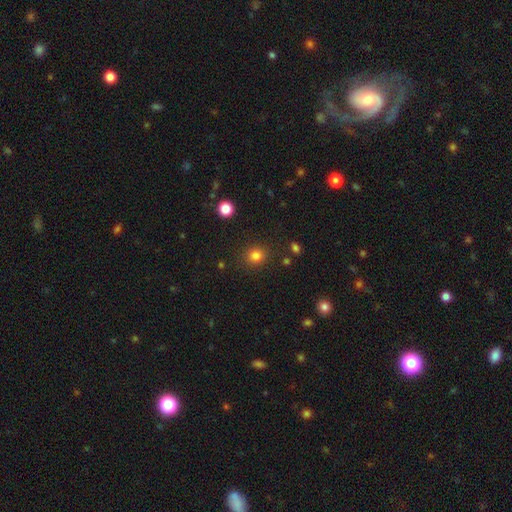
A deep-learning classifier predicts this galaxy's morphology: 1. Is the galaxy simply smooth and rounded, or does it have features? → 82% smooth, 13% star or artifact, 5% featured or disk.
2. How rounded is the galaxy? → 79% round, 20% in between, 1% cigar-shaped.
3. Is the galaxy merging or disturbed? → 87% none, 8% minor disturbance, 3% major disturbance, 2% merger.